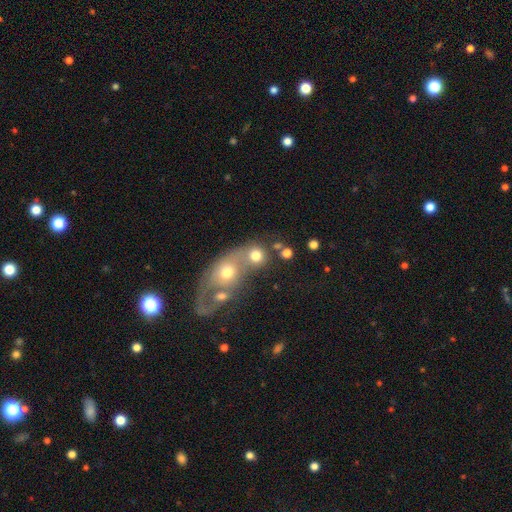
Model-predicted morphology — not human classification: smooth-or-featured: smooth: 70% | featured or disk: 18% | star or artifact: 12%
  how-rounded: round: 75% | in between: 24% | cigar-shaped: 2%
  merging: merger: 54% | none: 31% | minor disturbance: 8% | major disturbance: 7%